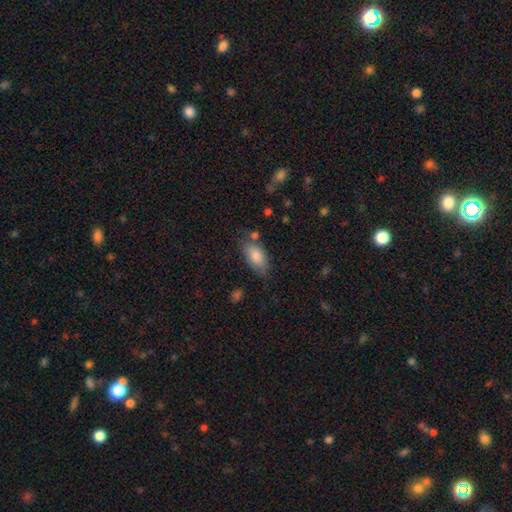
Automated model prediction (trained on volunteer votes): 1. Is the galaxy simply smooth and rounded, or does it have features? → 81% smooth, 12% featured or disk, 7% star or artifact.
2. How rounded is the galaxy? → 91% in between, 5% cigar-shaped, 4% round.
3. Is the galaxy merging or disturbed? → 68% none, 21% minor disturbance, 6% merger, 5% major disturbance.